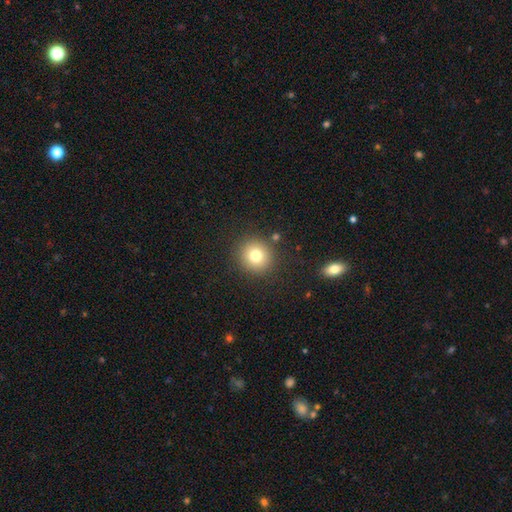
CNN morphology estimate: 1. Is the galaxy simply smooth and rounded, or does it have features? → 77% smooth, 13% star or artifact, 10% featured or disk.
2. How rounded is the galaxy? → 90% round, 9% in between, 1% cigar-shaped.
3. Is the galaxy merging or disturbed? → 88% none, 7% minor disturbance, 3% major disturbance, 2% merger.